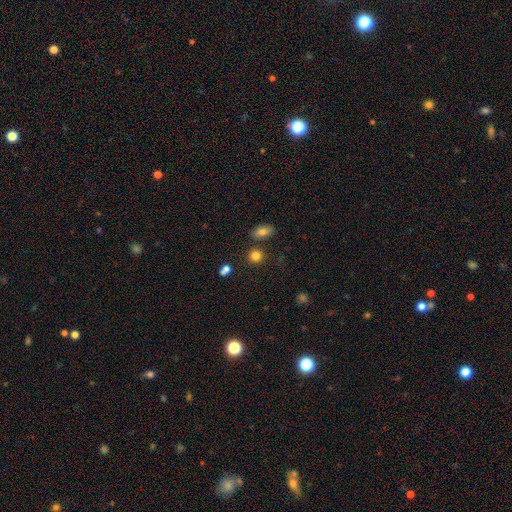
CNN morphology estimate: smooth 82%, star or artifact 12%, featured or disk 6%. Down the decision tree: how rounded — round (82%); merging — none (78%).